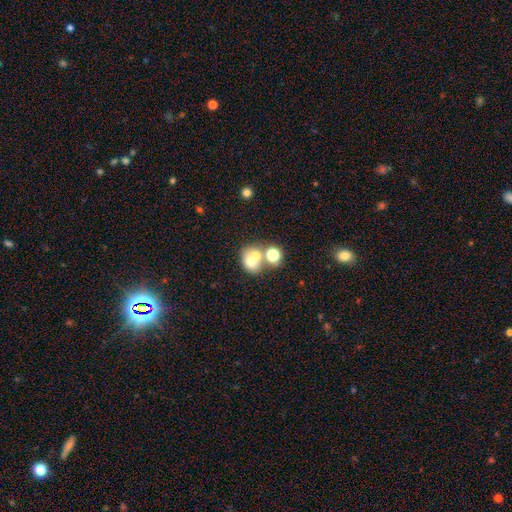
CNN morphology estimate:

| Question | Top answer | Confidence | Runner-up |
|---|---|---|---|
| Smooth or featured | smooth | 63% | featured or disk (22%) |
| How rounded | round | 65% | in between (34%) |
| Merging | merger | 55% | none (32%) |